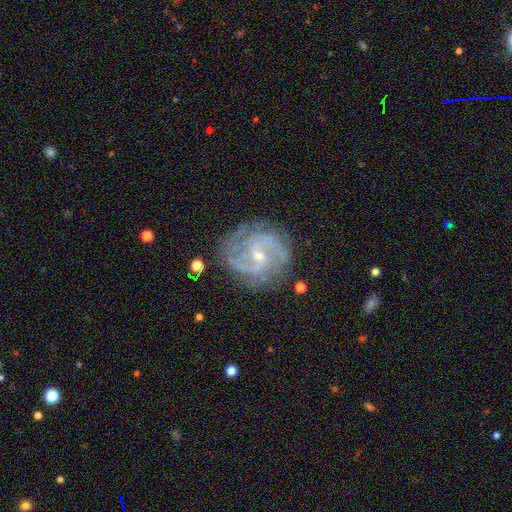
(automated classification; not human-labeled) featured or disk 86%, star or artifact 9%, smooth 6%. Down the decision tree: edge-on disk — no (97%); bar — weak (45%); spiral arms — yes (98%); spiral arm count — 2 (51%); spiral winding — tight (45%, tied with medium); bulge size — small (70%); merging — none (81%).